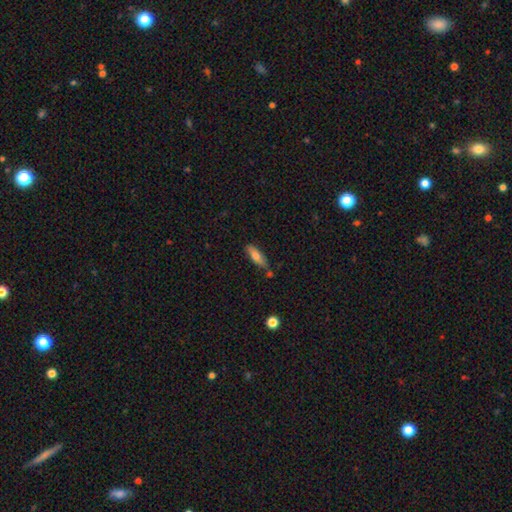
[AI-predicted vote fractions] smooth 73%, featured or disk 20%, star or artifact 7%. Down the decision tree: how rounded — in between (53%); merging — none (69%).